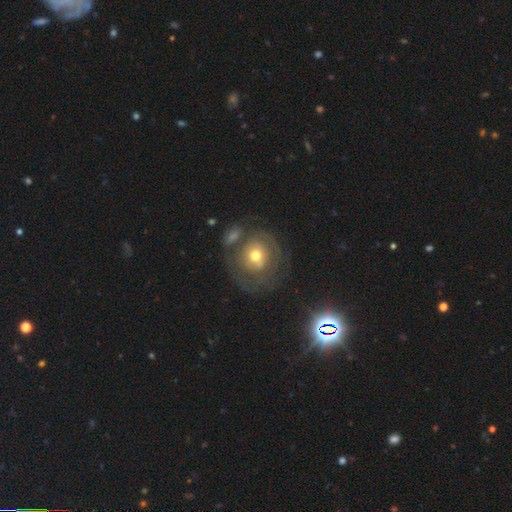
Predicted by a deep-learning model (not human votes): This is possibly a featured or disk galaxy (48%). Merging: possibly none (51%).